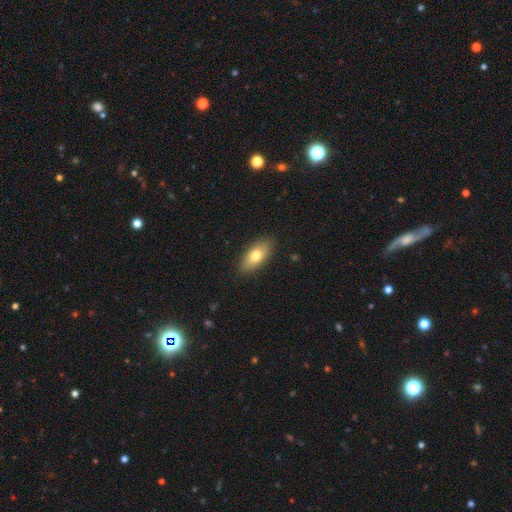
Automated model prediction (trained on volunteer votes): This is likely a smooth galaxy (75%). How rounded: clearly in between (85%). Merging: clearly none (87%).